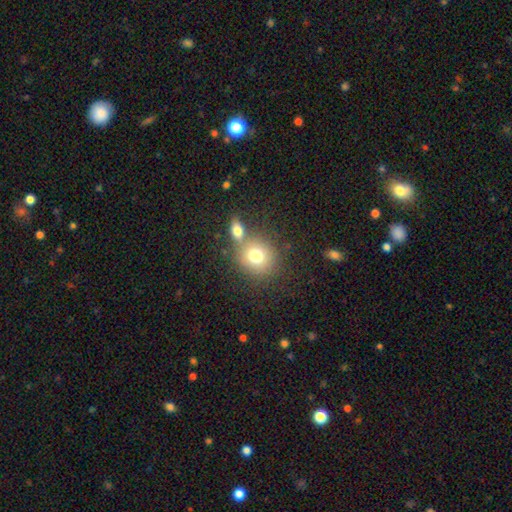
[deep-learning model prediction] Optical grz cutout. It shows a smooth galaxy with no disk features (76%) that is round (80%). Merging: none (56%).